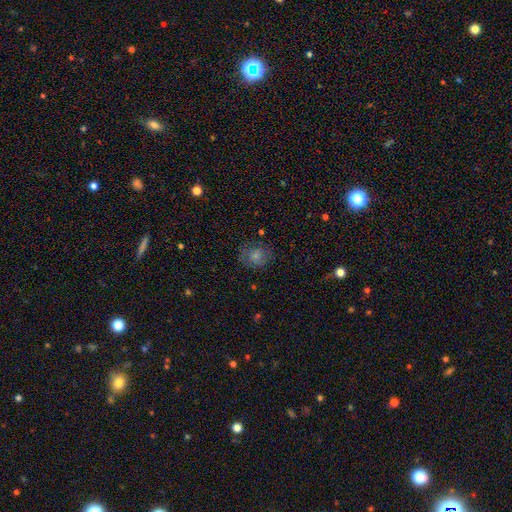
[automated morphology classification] A smooth galaxy with no disk features (54%) that is round (75%). Merging: none (77%).